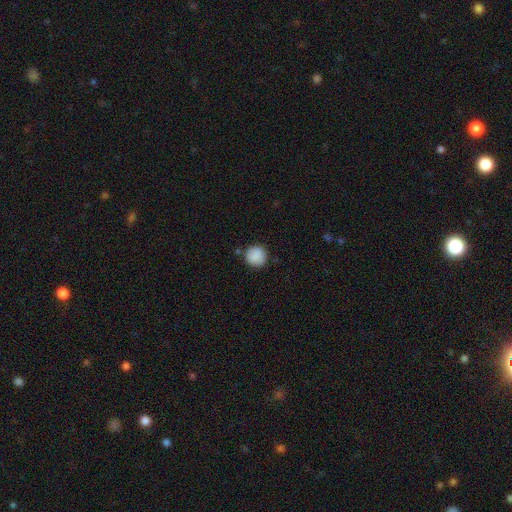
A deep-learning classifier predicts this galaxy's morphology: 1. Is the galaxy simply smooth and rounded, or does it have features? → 88% smooth, 7% star or artifact, 4% featured or disk.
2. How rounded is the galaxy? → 93% round, 6% in between, 1% cigar-shaped.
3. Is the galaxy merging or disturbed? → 83% none, 11% minor disturbance, 3% major disturbance, 3% merger.